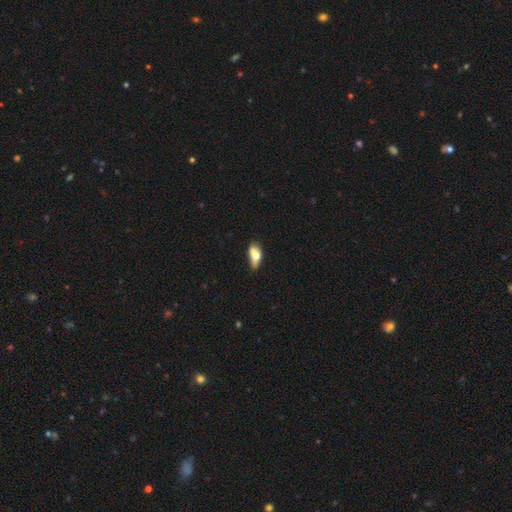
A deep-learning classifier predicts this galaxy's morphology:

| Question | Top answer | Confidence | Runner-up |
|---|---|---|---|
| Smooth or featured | smooth | 62% | featured or disk (30%) |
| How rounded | in between | 77% | cigar-shaped (15%) |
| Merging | merger | 39% | none (30%) |